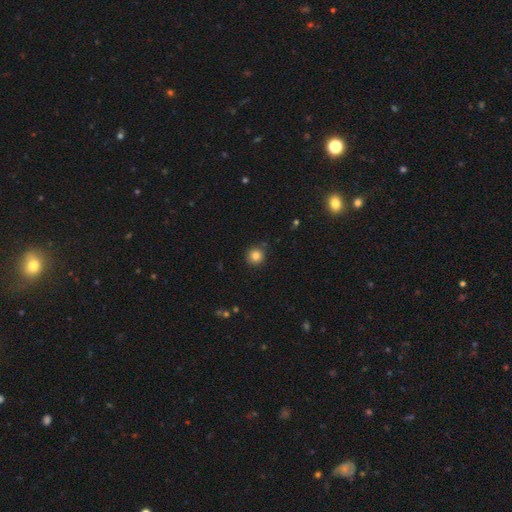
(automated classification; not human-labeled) smooth_or_featured: smooth (p=0.84) [alt: star or artifact p=0.11]
how_rounded: round (p=0.93) [alt: in between p=0.06]
merging: none (p=0.87) [alt: minor disturbance p=0.09]